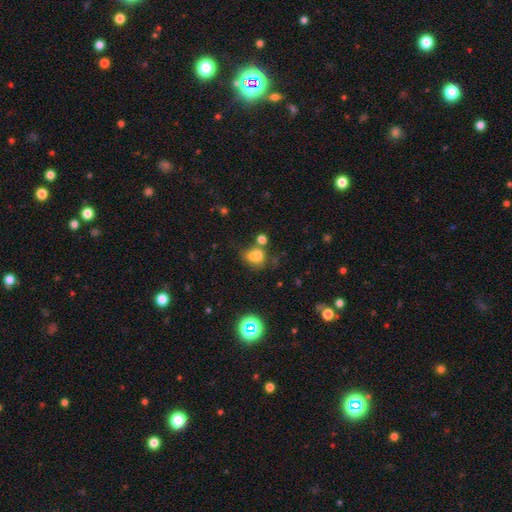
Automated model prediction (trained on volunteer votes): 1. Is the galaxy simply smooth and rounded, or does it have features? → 72% smooth, 16% star or artifact, 11% featured or disk.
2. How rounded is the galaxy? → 50% in between, 49% round, 1% cigar-shaped.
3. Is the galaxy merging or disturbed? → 38% none, 33% merger, 18% minor disturbance, 11% major disturbance.